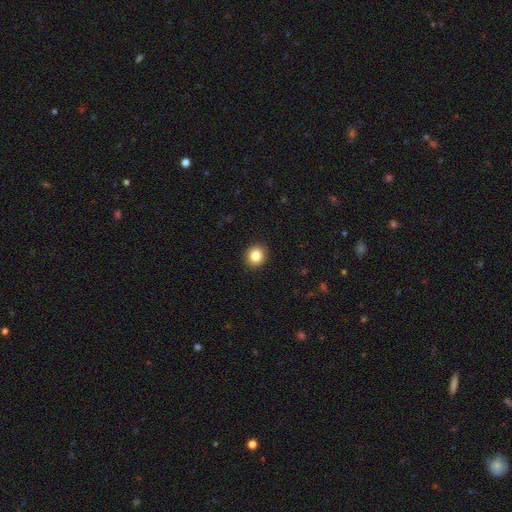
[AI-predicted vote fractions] Smooth or featured?
  - smooth: 84% *
  - star or artifact: 10%
  - featured or disk: 6%
How rounded?
  - round: 81% *
  - in between: 18%
  - cigar-shaped: 1%
Merging?
  - none: 92% *
  - minor disturbance: 6%
  - major disturbance: 2%
  - merger: 1%